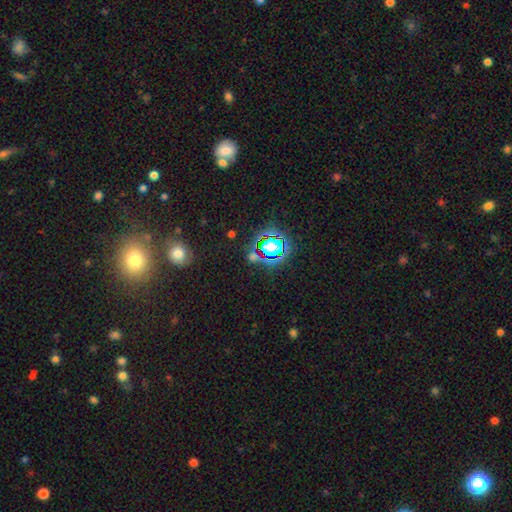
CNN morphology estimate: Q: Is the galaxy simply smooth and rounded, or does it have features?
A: star or artifact — 70%.